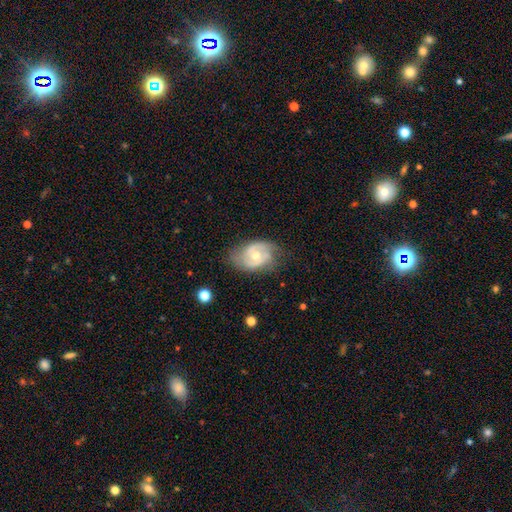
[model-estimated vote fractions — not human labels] featured or disk 76%, smooth 18%, star or artifact 6%. Down the decision tree: edge-on disk — no (97%); bar — no (60%); spiral arms — yes (88%); spiral arm count — 2 (72%); spiral winding — medium (44%); bulge size — moderate (60%); merging — none (64%).